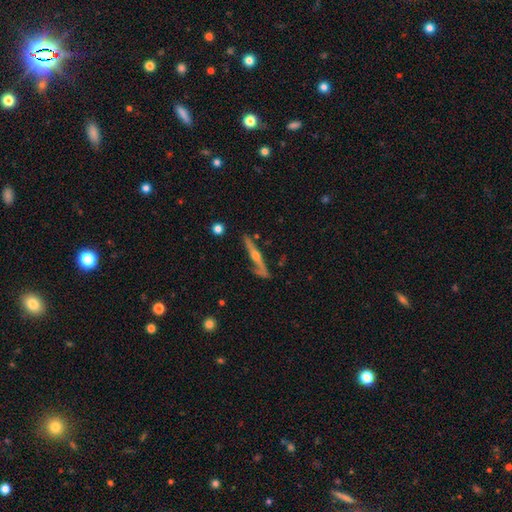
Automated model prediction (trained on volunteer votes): A featured or disk galaxy (77%) viewed edge-on (92%) with a rounded central bulge (87%).

Vote fractions:
- Smooth or featured? featured or disk: 77% / smooth: 18% / star or artifact: 6%
- Edge-on disk? yes: 92% / no: 8%
- Edge-on bulge? rounded: 87% / none: 9% / boxy: 4%
- Merging? none: 75% / minor disturbance: 17% / major disturbance: 5% / merger: 3%